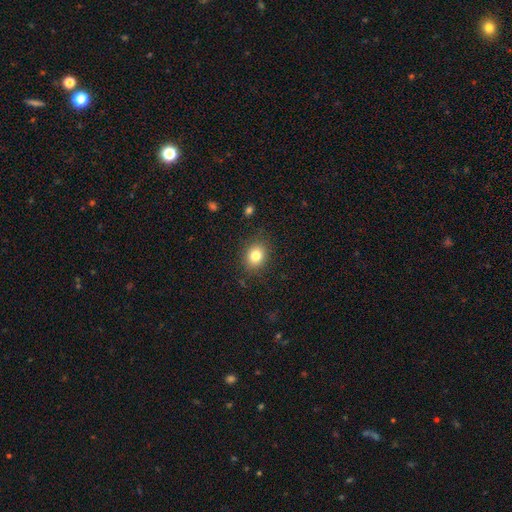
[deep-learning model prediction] Overall: smooth (81%). How rounded: round (60%; in between 39%). Merging: none (86%).